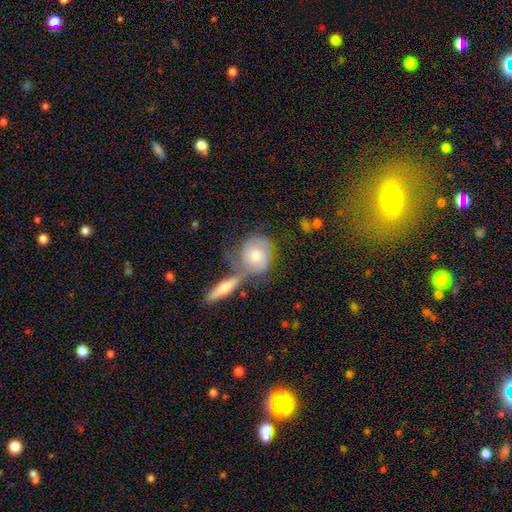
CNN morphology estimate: smooth-or-featured: smooth: 52% | featured or disk: 42% | star or artifact: 7%
  how-rounded: round: 62% | in between: 34% | cigar-shaped: 4%
  merging: merger: 46% | none: 32% | minor disturbance: 14% | major disturbance: 8%